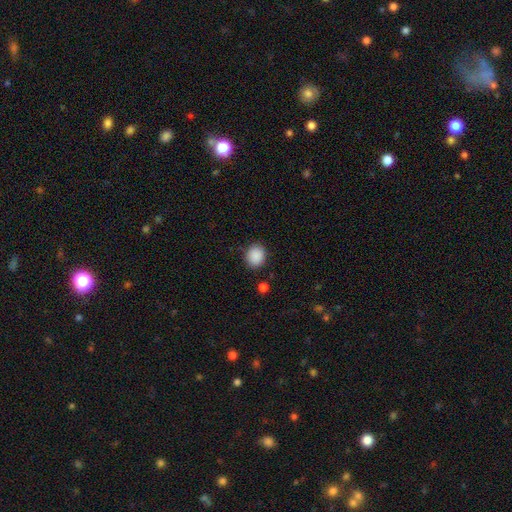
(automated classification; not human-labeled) smooth 89%, star or artifact 8%, featured or disk 3%. Down the decision tree: how rounded — round (70%); merging — none (86%).